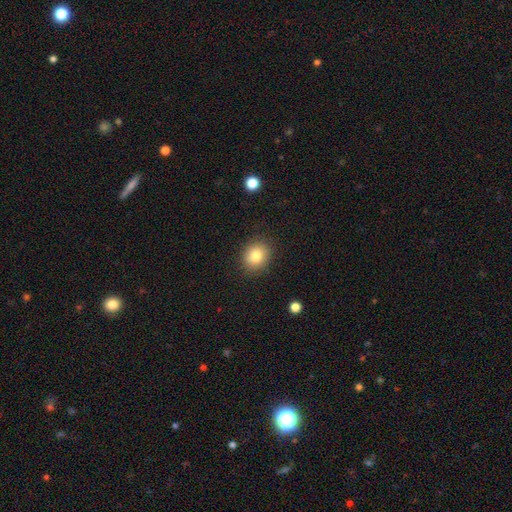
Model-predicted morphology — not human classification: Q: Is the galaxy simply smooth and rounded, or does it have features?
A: smooth — 81%.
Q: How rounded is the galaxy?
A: round — 67%.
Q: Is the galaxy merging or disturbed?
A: none — 88%.